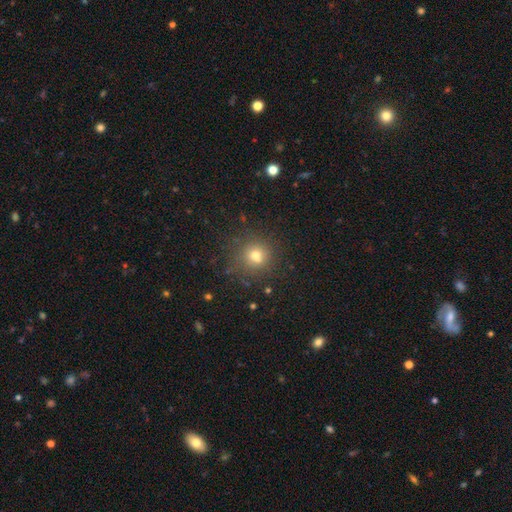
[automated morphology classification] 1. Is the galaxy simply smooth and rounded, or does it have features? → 70% smooth, 19% star or artifact, 10% featured or disk.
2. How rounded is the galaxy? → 88% round, 11% in between, 1% cigar-shaped.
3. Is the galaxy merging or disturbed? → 74% none, 12% minor disturbance, 10% merger, 5% major disturbance.